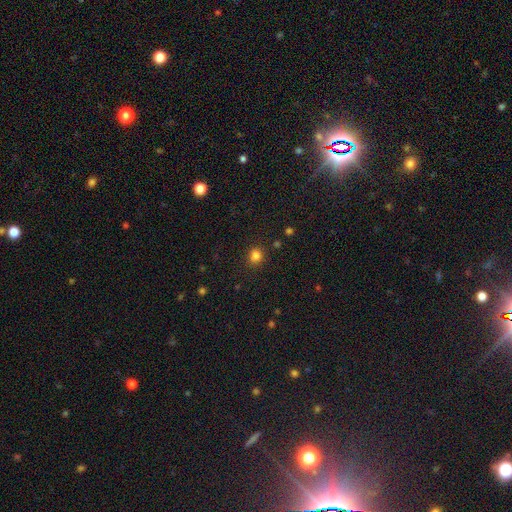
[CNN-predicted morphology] A smooth galaxy with no disk features (82%) that is round (75%).

Vote fractions:
- Smooth or featured? smooth: 82% / star or artifact: 14% / featured or disk: 4%
- How rounded? round: 75% / in between: 24% / cigar-shaped: 1%
- Merging? none: 82% / minor disturbance: 11% / merger: 4% / major disturbance: 3%